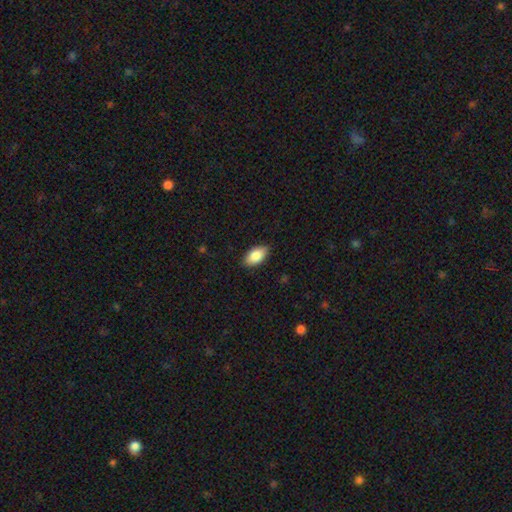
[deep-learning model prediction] smooth-or-featured: smooth: 86% | featured or disk: 8% | star or artifact: 7%
  how-rounded: in between: 93% | round: 4% | cigar-shaped: 3%
  merging: none: 86% | minor disturbance: 11% | major disturbance: 2% | merger: 1%